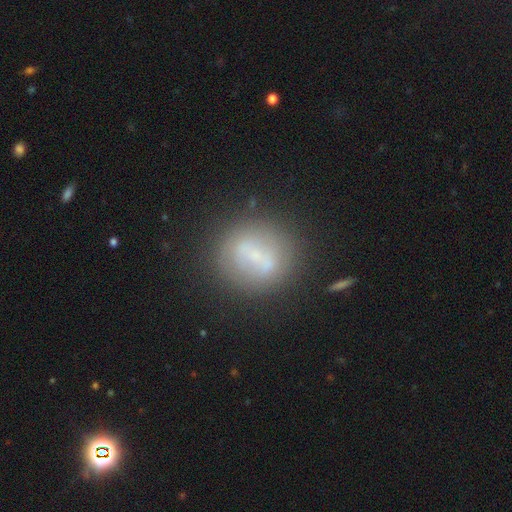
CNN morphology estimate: A smooth galaxy with no disk features (45%). Merging: none (67%).